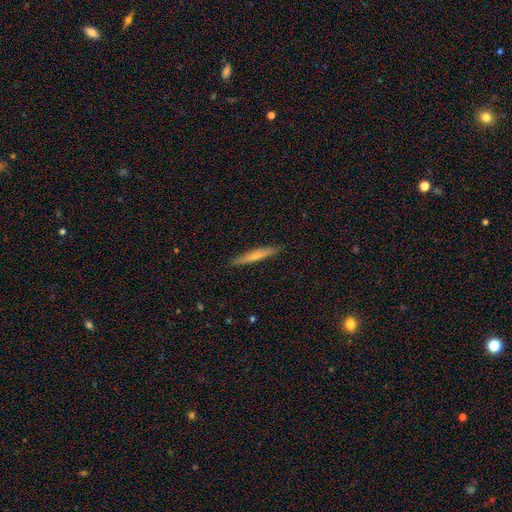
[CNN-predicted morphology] smooth_or_featured: smooth (p=0.62) [alt: featured or disk p=0.32]
how_rounded: cigar-shaped (p=0.95) [alt: in between p=0.04]
merging: none (p=0.90) [alt: minor disturbance p=0.08]